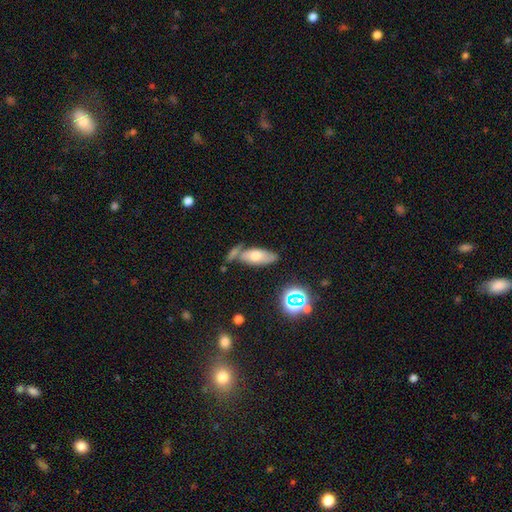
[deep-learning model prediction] Overall: smooth (63%; featured or disk 25%). How rounded: in between (80%). Merging: none (52%; merger 23%).